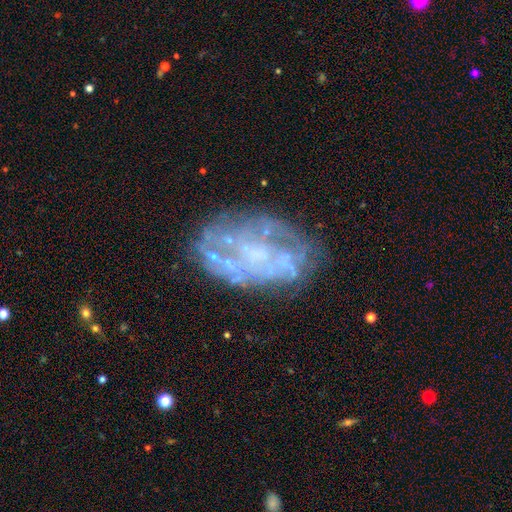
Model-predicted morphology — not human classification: A featured or disk galaxy (75%) with no bar (83%), no spiral arms (69%) and no central bulge (62%).

Vote fractions:
- Smooth or featured? featured or disk: 75% / smooth: 15% / star or artifact: 10%
- Edge-on disk? no: 97% / yes: 3%
- Bar? no: 83% / weak: 12% / strong: 4%
- Spiral arms? no: 69% / yes: 31%
- Bulge size? none: 62% / small: 22% / moderate: 12% / large: 3% / dominant: 1%
- Merging? none: 60% / minor disturbance: 20% / major disturbance: 15% / merger: 5%